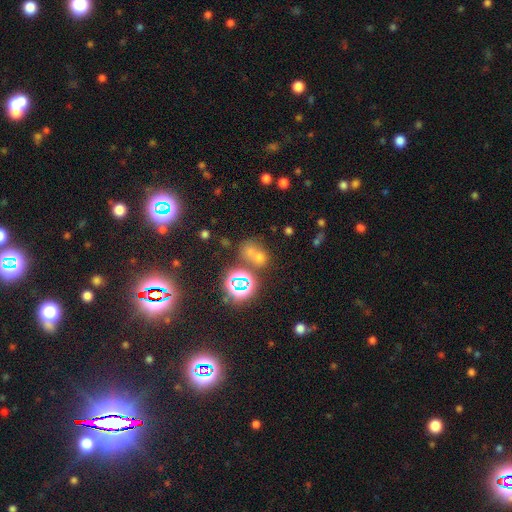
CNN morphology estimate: type=smooth (53%); roundness=round (56%); merging=merger (46%).